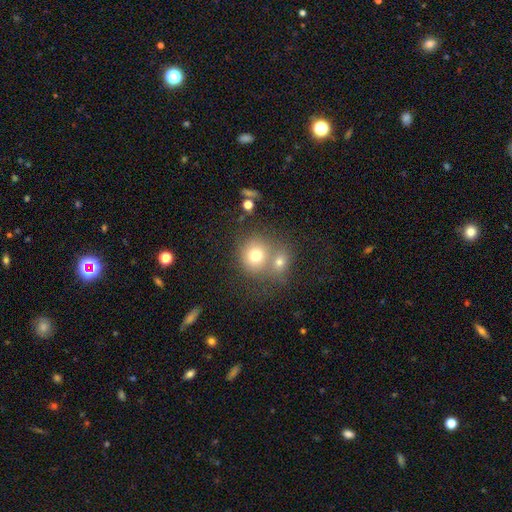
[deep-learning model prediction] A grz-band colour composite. It shows a smooth galaxy with no disk features (73%) that is round (84%). Merging: merger (46%).